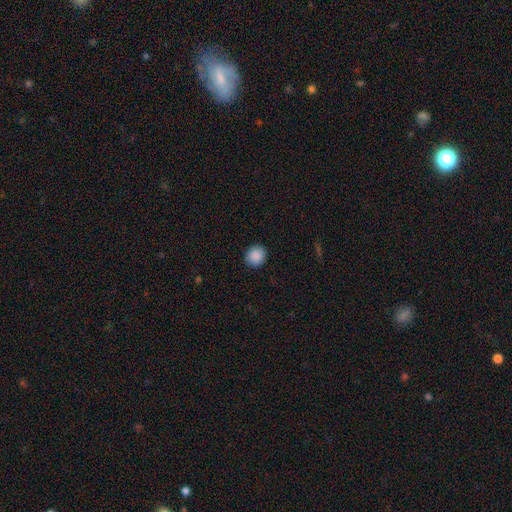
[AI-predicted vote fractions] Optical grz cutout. It shows a smooth galaxy with no disk features (89%) that is round (83%). Merging: none (89%).